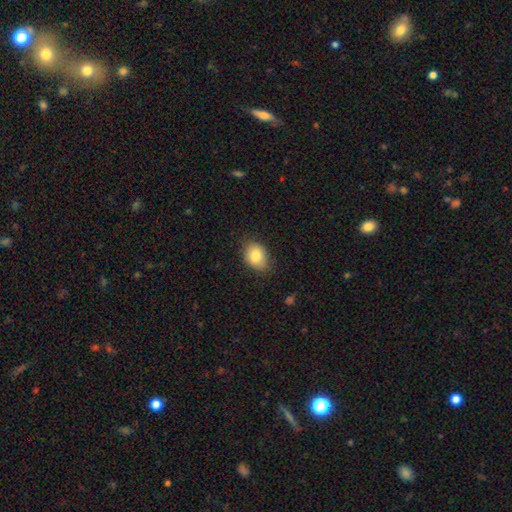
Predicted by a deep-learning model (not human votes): A smooth galaxy with no disk features (83%) that is in between round and cigar-shaped (70%). Merging: none (80%).